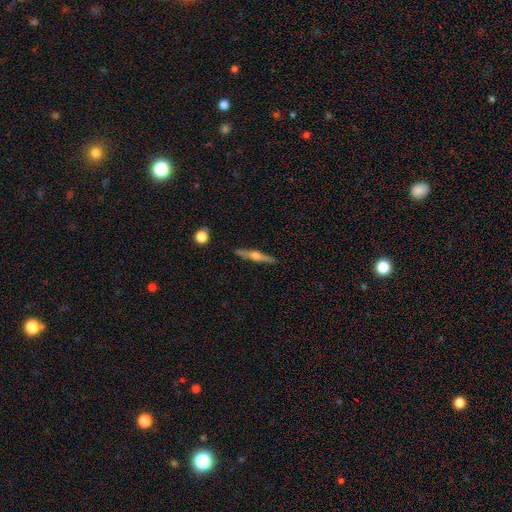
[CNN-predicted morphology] This is likely a featured or disk galaxy (74%). It is clearly viewed edge-on (98%). Edge-on bulge: clearly rounded (94%). Merging: clearly none (91%).